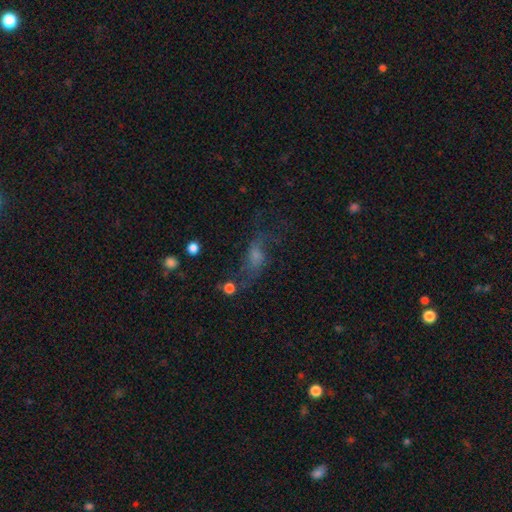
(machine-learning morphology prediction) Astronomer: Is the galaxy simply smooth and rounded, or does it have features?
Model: featured or disk — 40% (runner-up: star or artifact, 32%).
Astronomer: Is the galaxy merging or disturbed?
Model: none — 57%.